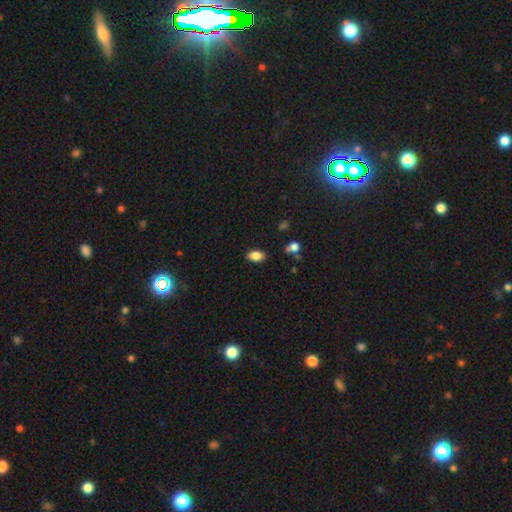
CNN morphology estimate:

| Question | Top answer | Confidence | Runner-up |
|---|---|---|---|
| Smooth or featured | smooth | 86% | star or artifact (9%) |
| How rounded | in between | 89% | round (9%) |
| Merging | none | 84% | minor disturbance (11%) |